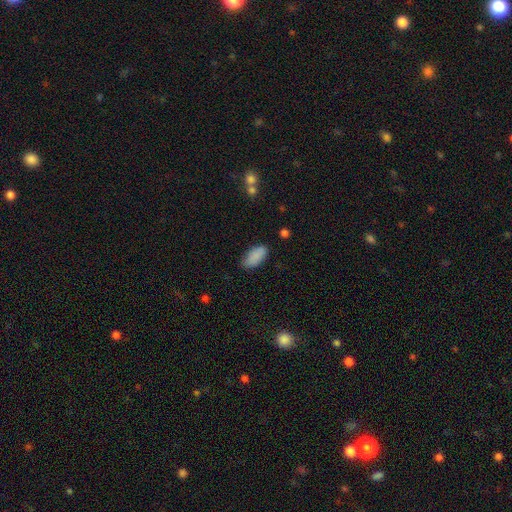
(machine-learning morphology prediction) smooth_or_featured: smooth (p=0.88) [alt: star or artifact p=0.07]
how_rounded: in between (p=0.91) [alt: cigar-shaped p=0.07]
merging: none (p=0.80) [alt: minor disturbance p=0.15]